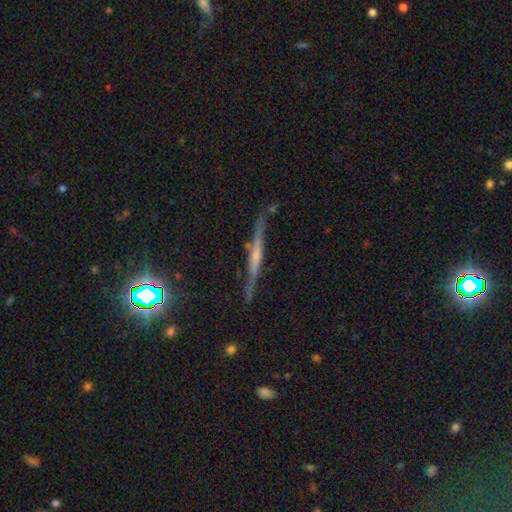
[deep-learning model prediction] Q: Smooth or featured?
A: featured or disk (70%); runner-up: smooth (19%)
Q: Edge-on disk?
A: yes (97%); runner-up: no (3%)
Q: Edge-on bulge?
A: rounded (48%); runner-up: none (36%)
Q: Merging?
A: none (86%); runner-up: minor disturbance (10%)